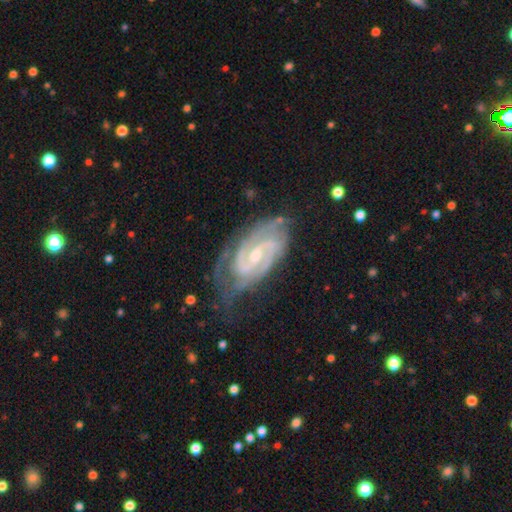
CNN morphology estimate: A featured or disk galaxy (90%) with a weak bar (53%), 2 (76%) tight (57%) spiral arms (98%) and a small central bulge (54%).

Vote fractions:
- Smooth or featured? featured or disk: 90% / smooth: 5% / star or artifact: 5%
- Edge-on disk? no: 96% / yes: 4%
- Bar? weak: 53% / no: 28% / strong: 19%
- Spiral arms? yes: 98% / no: 2%
- Spiral winding? tight: 57% / medium: 37% / loose: 6%
- Spiral arm count? 2: 76% / 3: 9% / can't tell: 8% / 1: 2% / 4: 2% / more than 4: 2%
- Bulge size? small: 54% / moderate: 41% / none: 3% / large: 2% / dominant: 1%
- Merging? none: 64% / minor disturbance: 24% / major disturbance: 10% / merger: 2%